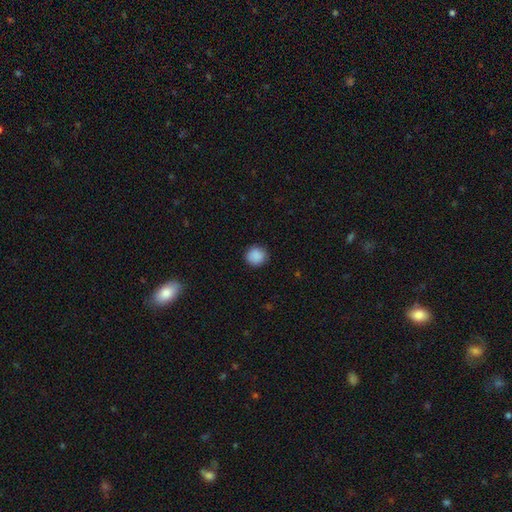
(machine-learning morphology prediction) This is clearly a smooth galaxy (89%). How rounded: clearly round (90%). Merging: clearly none (88%).